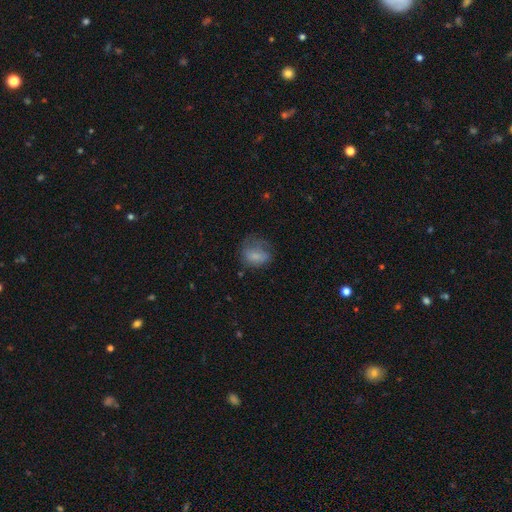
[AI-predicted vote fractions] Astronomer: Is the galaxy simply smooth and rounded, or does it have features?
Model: smooth — 69%.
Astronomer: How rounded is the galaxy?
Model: in between — 52% (runner-up: round, 46%).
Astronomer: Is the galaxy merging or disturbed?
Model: none — 40% (runner-up: minor disturbance, 29%).